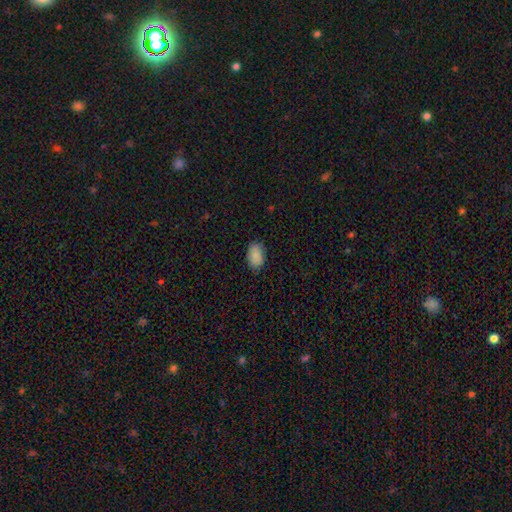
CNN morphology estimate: smooth-or-featured: smooth: 89% | star or artifact: 8% | featured or disk: 4%
  how-rounded: in between: 90% | round: 9% | cigar-shaped: 1%
  merging: none: 83% | minor disturbance: 13% | major disturbance: 3% | merger: 1%